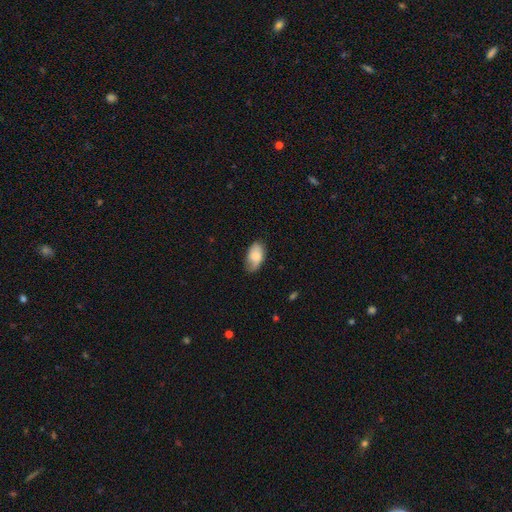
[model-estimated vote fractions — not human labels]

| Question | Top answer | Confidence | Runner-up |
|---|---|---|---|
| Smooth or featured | smooth | 75% | featured or disk (18%) |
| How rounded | in between | 94% | round (4%) |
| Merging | none | 65% | minor disturbance (27%) |